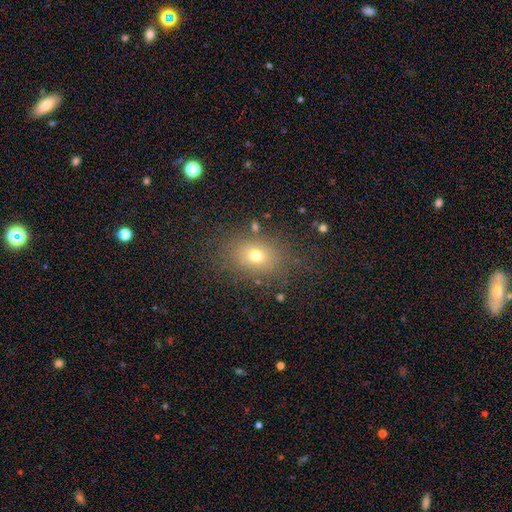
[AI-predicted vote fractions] The model was most divided on "how rounded": in between: 62%, round: 37%, cigar-shaped: 1%. More confident: merging — none (80%); smooth or featured — smooth (71%).